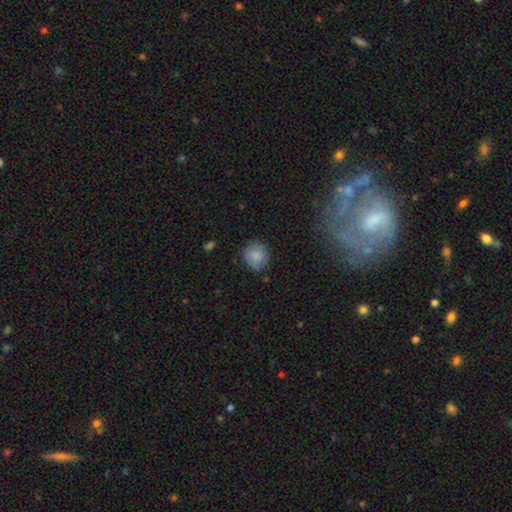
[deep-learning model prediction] Smooth or featured? smooth (82%)
How rounded? round (72%)
Merging? none (73%)